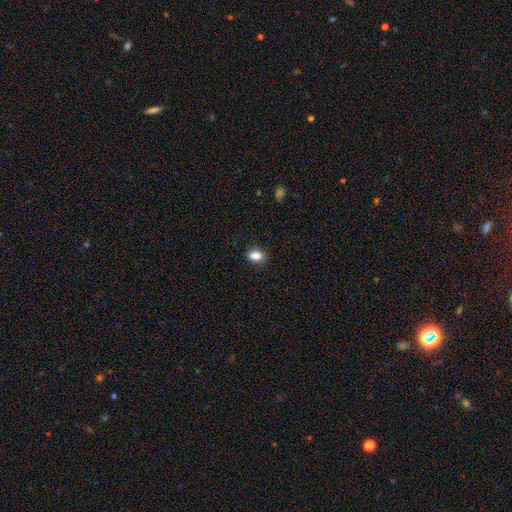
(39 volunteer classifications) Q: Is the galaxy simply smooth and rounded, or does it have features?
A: smooth — 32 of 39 (82%).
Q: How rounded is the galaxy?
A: in between — 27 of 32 (84%).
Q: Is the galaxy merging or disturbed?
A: none — 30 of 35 (86%).